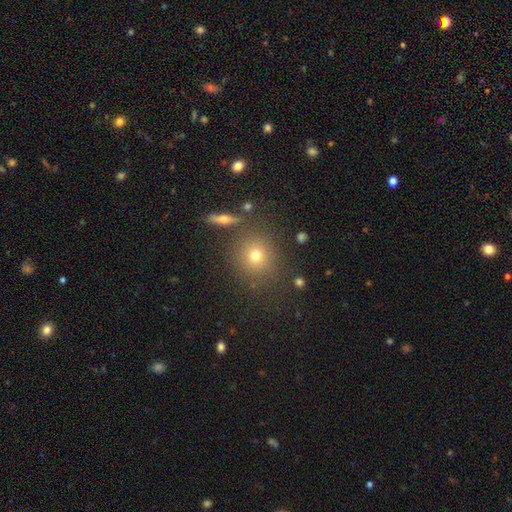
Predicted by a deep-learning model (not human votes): Smooth or featured: smooth — 69% (star or artifact — 18%)
How rounded: round — 86% (in between — 12%)
Merging: none — 82% (minor disturbance — 9%)